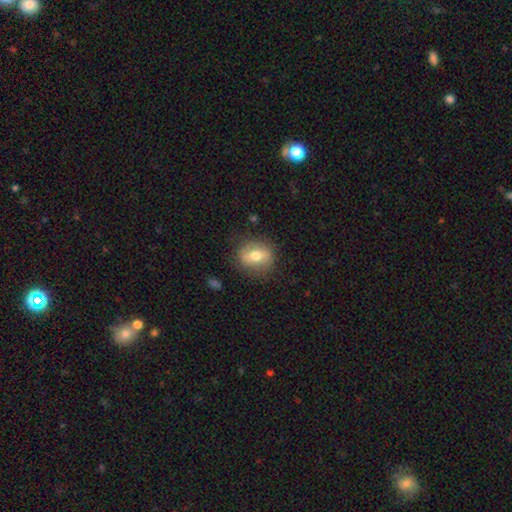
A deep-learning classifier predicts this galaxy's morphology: Smooth or featured?
  - smooth: 61% *
  - featured or disk: 31%
  - star or artifact: 8%
How rounded?
  - round: 59% *
  - in between: 39%
  - cigar-shaped: 2%
Merging?
  - none: 80% *
  - minor disturbance: 14%
  - major disturbance: 5%
  - merger: 1%